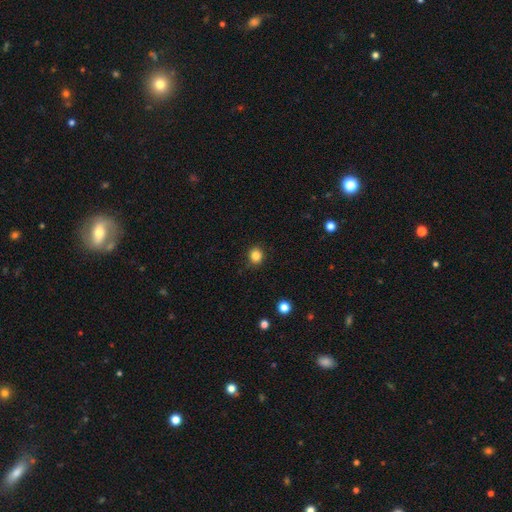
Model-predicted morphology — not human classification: smooth-or-featured: smooth: 84% | star or artifact: 12% | featured or disk: 4%
  how-rounded: round: 81% | in between: 18% | cigar-shaped: 1%
  merging: none: 88% | minor disturbance: 9% | major disturbance: 2% | merger: 1%